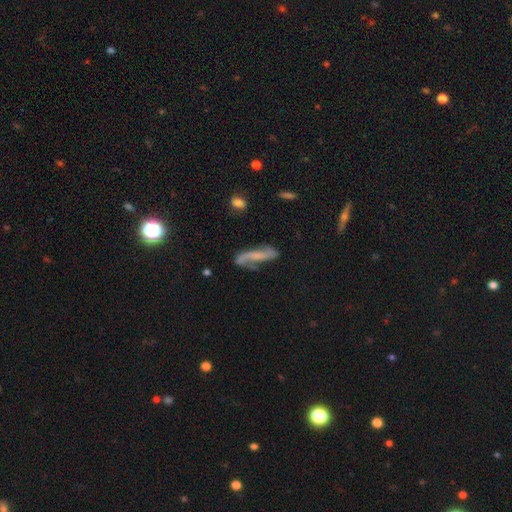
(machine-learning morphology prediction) This appears to be a featured or disk galaxy (70%) with no bar (44%), 2 (87%) loose (68%) spiral arms (90%) and no central bulge (48%). Merging: none (63%).